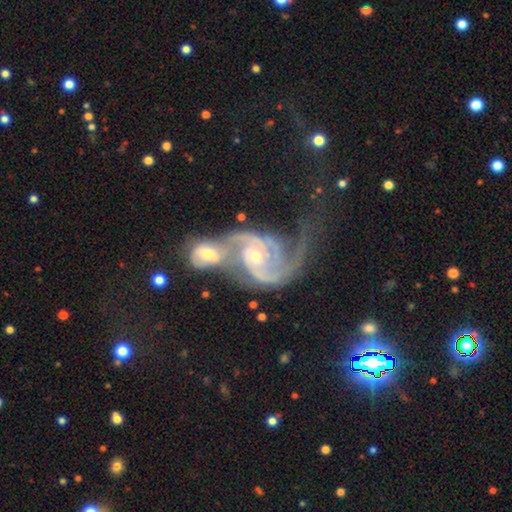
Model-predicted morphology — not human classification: featured or disk 92%, star or artifact 5%, smooth 3%. Down the decision tree: edge-on disk — no (98%); bar — no (58%); spiral arms — yes (98%); spiral arm count — 2 (73%); spiral winding — medium (48%); bulge size — small (50%); merging — merger (63%).